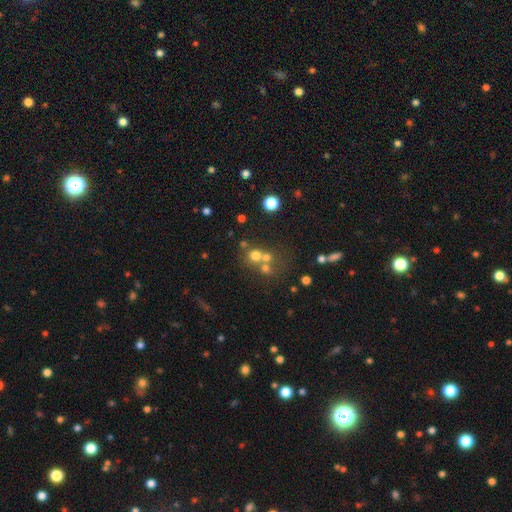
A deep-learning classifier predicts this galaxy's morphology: Smooth or featured: smooth — 63% (star or artifact — 19%)
How rounded: round — 84% (in between — 15%)
Merging: merger — 46% (none — 42%)